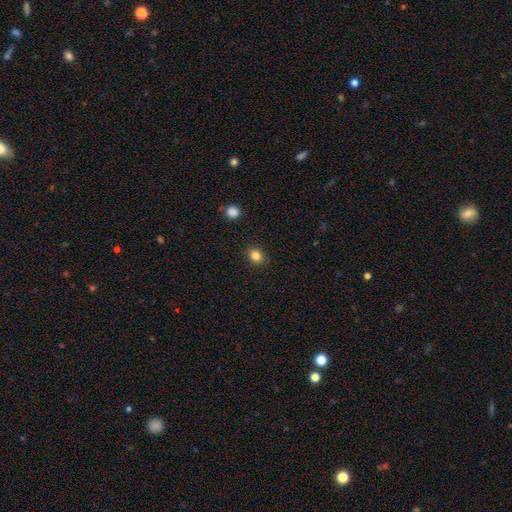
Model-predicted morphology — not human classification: A smooth galaxy with no disk features (84%) that is round (56%). Merging: none (88%).